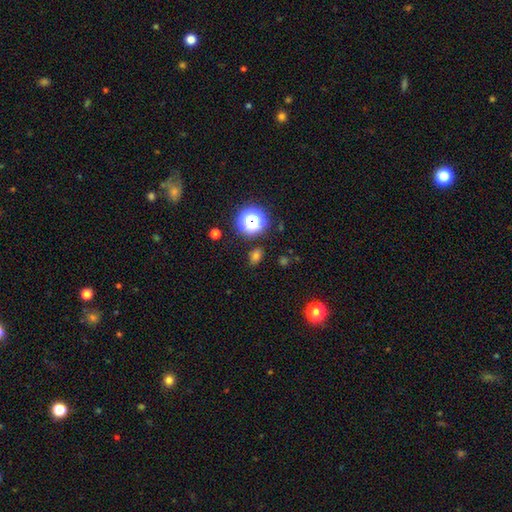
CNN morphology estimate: The model was most divided on "how rounded": in between: 55%, round: 44%, cigar-shaped: 2%. More confident: merging — none (83%); smooth or featured — smooth (66%).